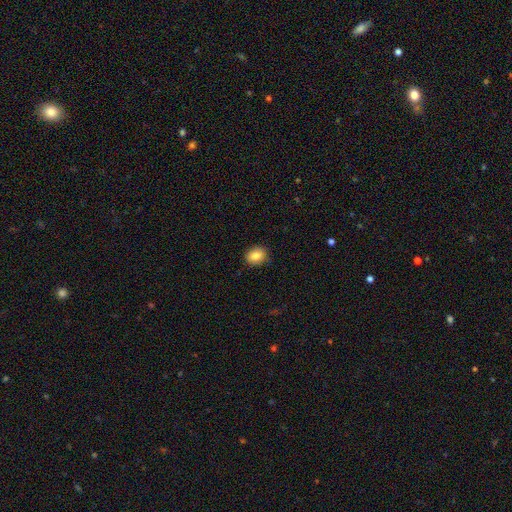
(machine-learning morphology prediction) This appears to be a smooth galaxy with no disk features (85%) that is round (53%). Merging: none (87%).